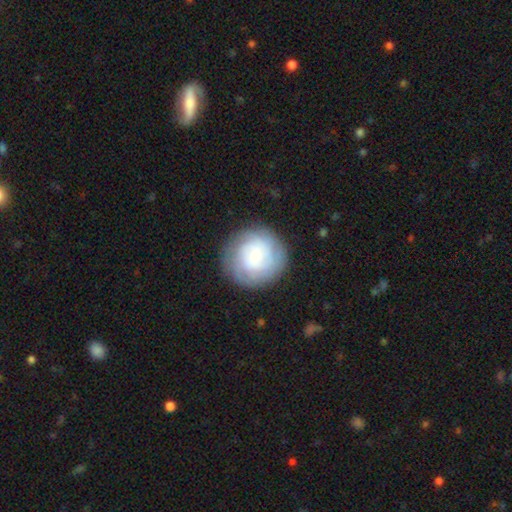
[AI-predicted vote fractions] A smooth galaxy with no disk features (47%). Merging: none (82%).